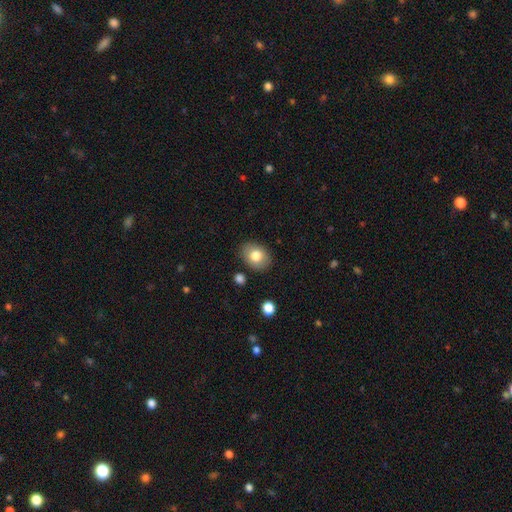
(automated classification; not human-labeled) smooth_or_featured: smooth (p=0.78) [alt: featured or disk p=0.14]
how_rounded: in between (p=0.70) [alt: round p=0.29]
merging: none (p=0.84) [alt: minor disturbance p=0.11]